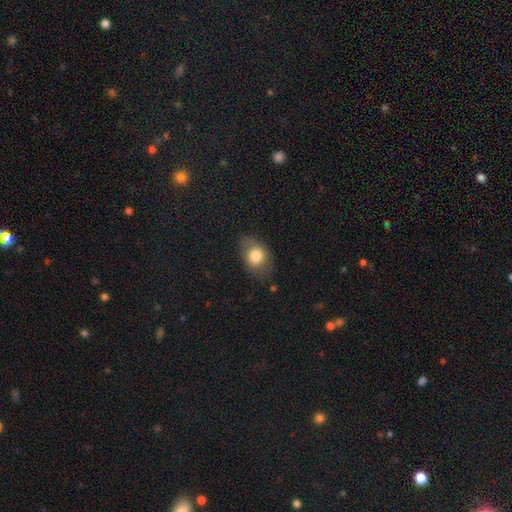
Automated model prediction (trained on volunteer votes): This is likely a smooth galaxy (77%). How rounded: likely in between (72%). Merging: likely none (71%).